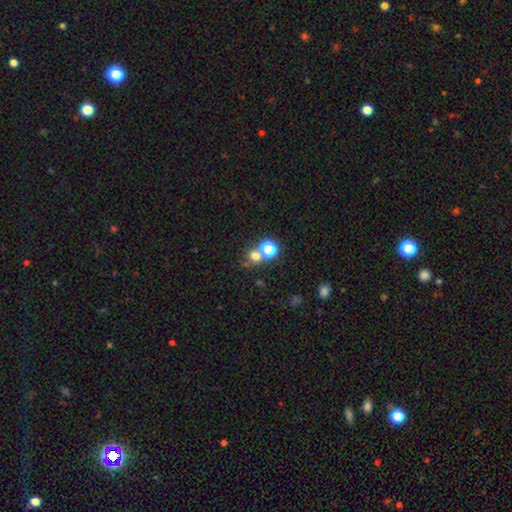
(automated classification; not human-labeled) Smooth or featured: smooth — 66% (star or artifact — 26%)
How rounded: round — 87% (in between — 12%)
Merging: none — 58% (merger — 30%)